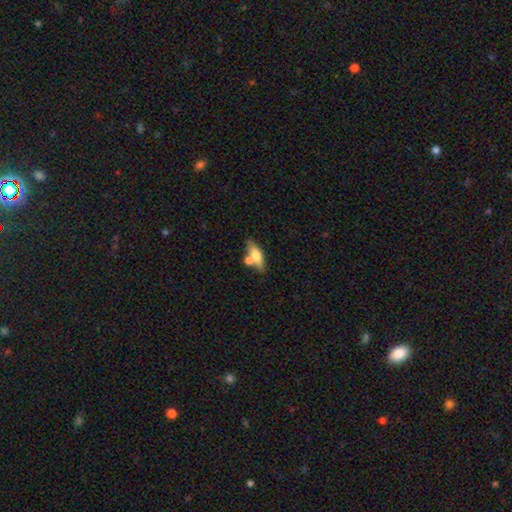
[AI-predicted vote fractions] Overall: smooth (67%). How rounded: in between (67%; cigar-shaped 29%). Merging: none (56%; merger 26%).